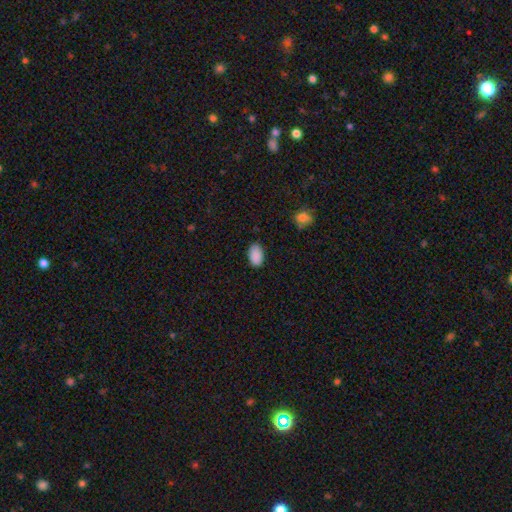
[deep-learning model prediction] Morphology: type=smooth (89%); roundness=in between (93%); merging=none (83%).